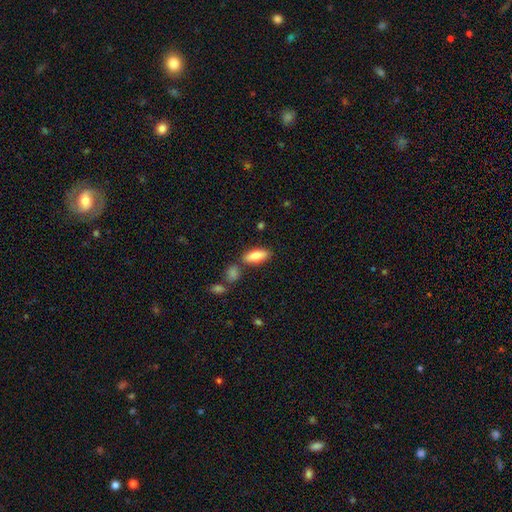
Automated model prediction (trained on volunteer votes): A smooth galaxy with no disk features (81%) that is in between round and cigar-shaped (75%).

Vote fractions:
- Smooth or featured? smooth: 81% / featured or disk: 13% / star or artifact: 6%
- How rounded? in between: 75% / cigar-shaped: 23% / round: 2%
- Merging? none: 76% / minor disturbance: 12% / merger: 8% / major disturbance: 3%